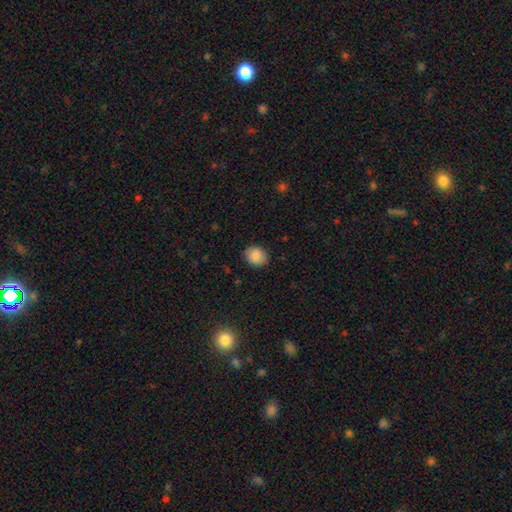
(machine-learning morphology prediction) A smooth galaxy with no disk features (87%) that is round (68%). Merging: none (87%).